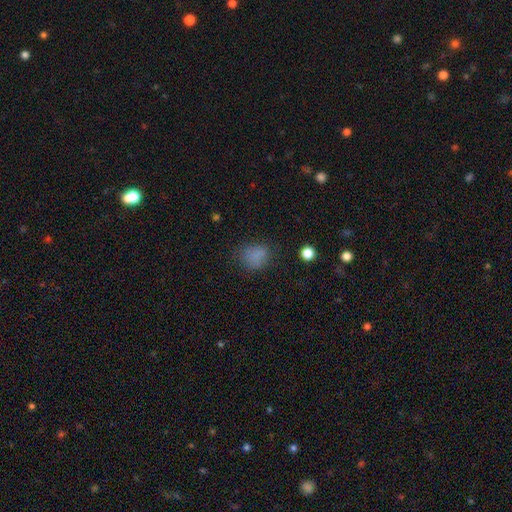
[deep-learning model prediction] Smooth or featured? Predicted: smooth (p=0.77). How rounded? Predicted: round (p=0.68). Merging? Predicted: none (p=0.71).